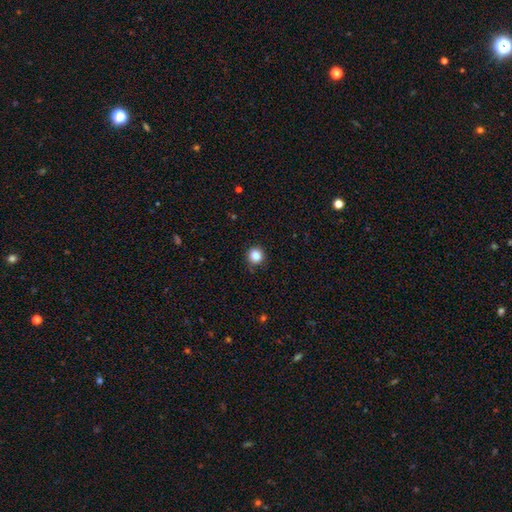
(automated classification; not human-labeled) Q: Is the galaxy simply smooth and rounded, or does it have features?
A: smooth — 86%.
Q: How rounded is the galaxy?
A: round — 92%.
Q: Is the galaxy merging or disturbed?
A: none — 88%.